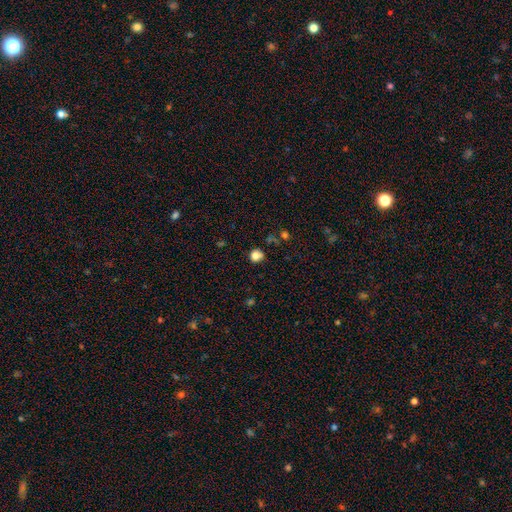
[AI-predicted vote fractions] Smooth or featured? Predicted: smooth (p=0.83). How rounded? Predicted: round (p=0.83). Merging? Predicted: none (p=0.77).